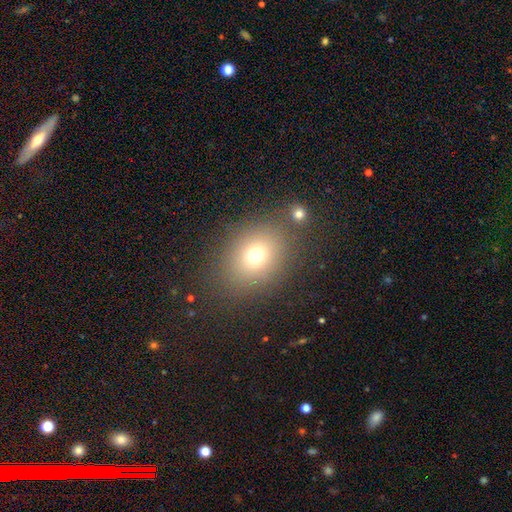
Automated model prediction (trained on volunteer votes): Smooth or featured? smooth (71%)
How rounded? in between (53%)
Merging? none (78%)